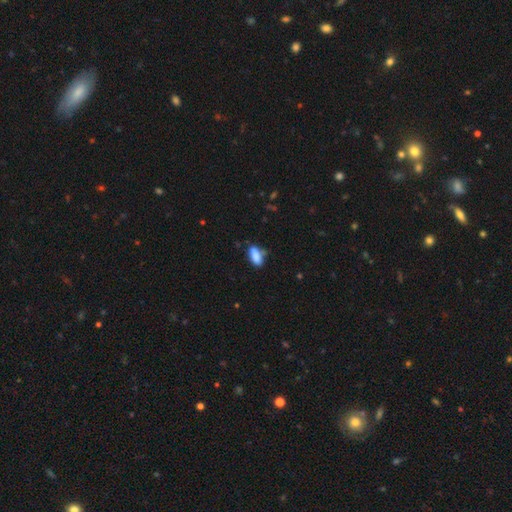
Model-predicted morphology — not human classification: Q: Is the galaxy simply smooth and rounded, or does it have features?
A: smooth — 86%.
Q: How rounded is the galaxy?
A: in between — 87%.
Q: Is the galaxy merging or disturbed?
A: none — 64%.